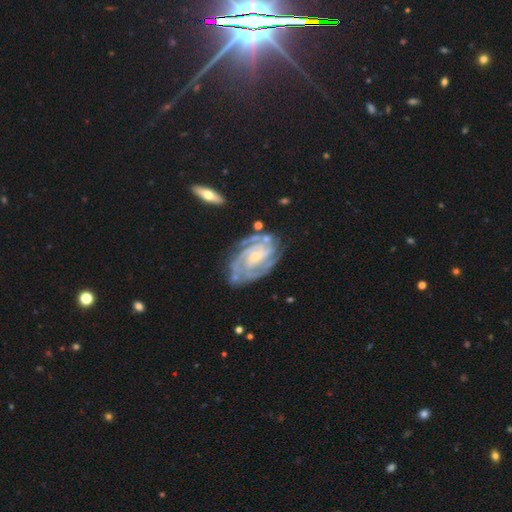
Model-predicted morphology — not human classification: This is clearly a featured or disk galaxy (89%). It is clearly not viewed edge-on (96%). Bar: marginally no (43%). Spiral arm pattern: clearly yes (97%). Spiral arm count: marginally 2 (30%). Spiral winding: likely tight (70%). Central bulge: likely small (62%). Merging: likely none (70%).